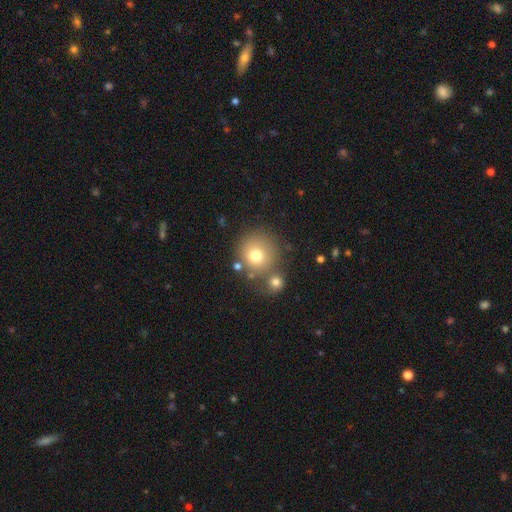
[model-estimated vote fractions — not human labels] Smooth or featured: smooth — 74% (featured or disk — 14%)
How rounded: round — 91% (in between — 8%)
Merging: none — 64% (merger — 20%)